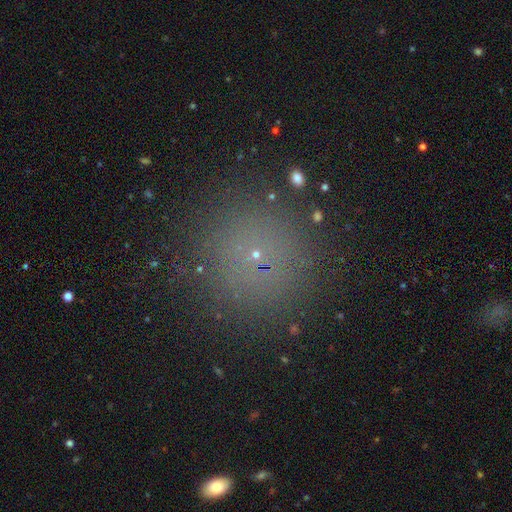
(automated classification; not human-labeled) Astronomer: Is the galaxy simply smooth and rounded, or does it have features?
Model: smooth — 65%.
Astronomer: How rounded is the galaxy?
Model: round — 96%.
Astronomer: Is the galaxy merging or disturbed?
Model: none — 90%.